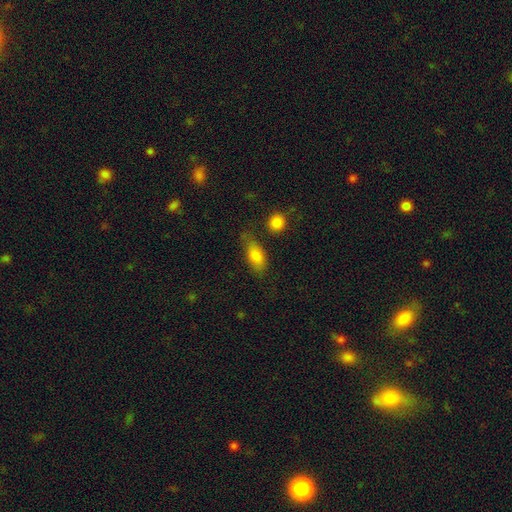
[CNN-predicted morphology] smooth 82%, featured or disk 10%, star or artifact 8%. Down the decision tree: how rounded — in between (84%); merging — none (60%).